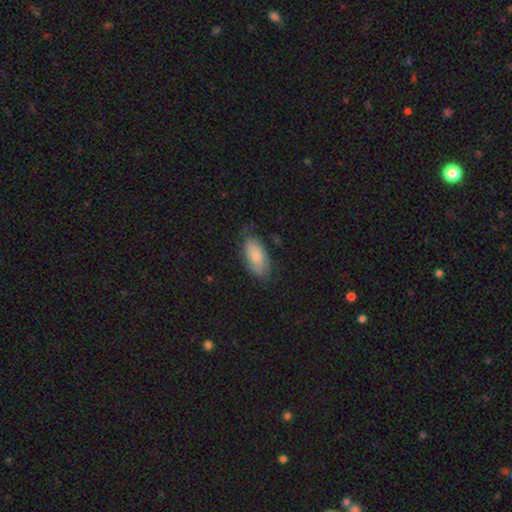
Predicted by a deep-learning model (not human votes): Smooth or featured?
  - smooth: 77% *
  - featured or disk: 17%
  - star or artifact: 6%
How rounded?
  - in between: 91% *
  - cigar-shaped: 6%
  - round: 3%
Merging?
  - none: 72% *
  - minor disturbance: 21%
  - major disturbance: 5%
  - merger: 1%